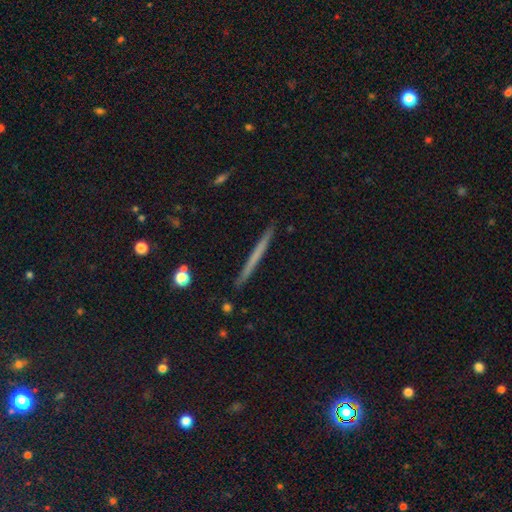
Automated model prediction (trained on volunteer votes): Smooth or featured? Predicted: smooth (p=0.49). Merging? Predicted: none (p=0.92).